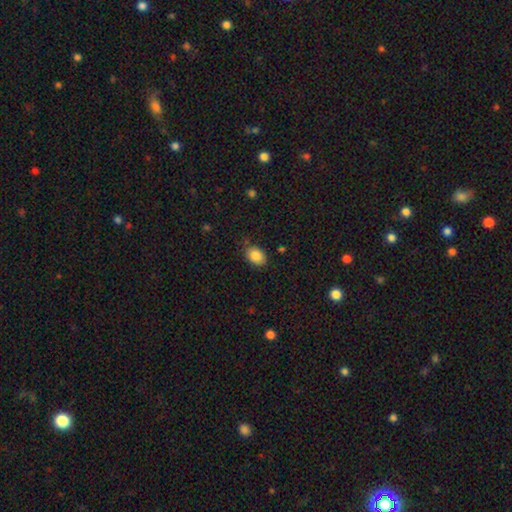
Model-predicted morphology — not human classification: Q: Smooth or featured?
A: smooth (86%); runner-up: star or artifact (8%)
Q: How rounded?
A: in between (74%); runner-up: round (25%)
Q: Merging?
A: none (77%); runner-up: minor disturbance (18%)